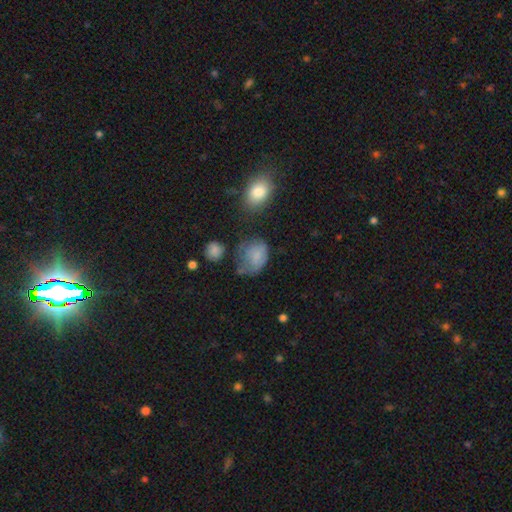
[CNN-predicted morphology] The model was most divided on "merging": none: 35%, minor disturbance: 33%, major disturbance: 26%, merger: 6%. More confident: smooth or featured — smooth (71%); how rounded — in between (56%).